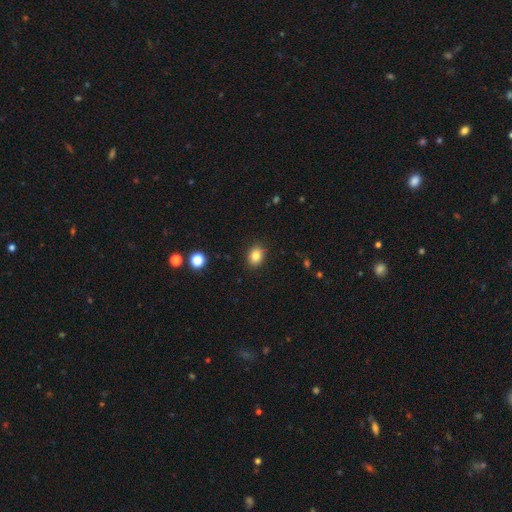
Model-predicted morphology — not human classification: type=smooth (84%); roundness=in between (59%); merging=none (88%).